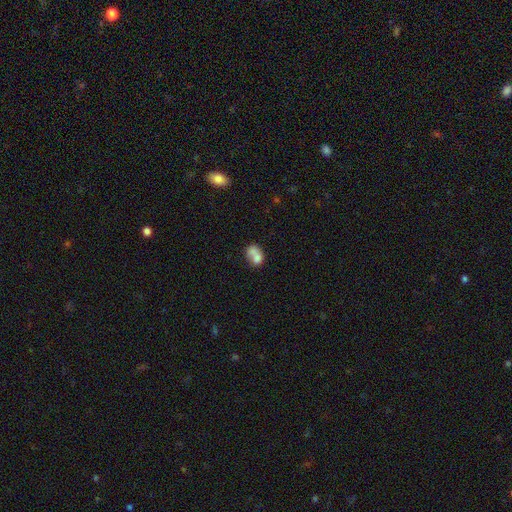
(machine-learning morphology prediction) Smooth or featured?
  - smooth: 69% *
  - featured or disk: 21%
  - star or artifact: 10%
How rounded?
  - in between: 59% *
  - round: 39%
  - cigar-shaped: 1%
Merging?
  - merger: 58% *
  - none: 24%
  - minor disturbance: 11%
  - major disturbance: 7%